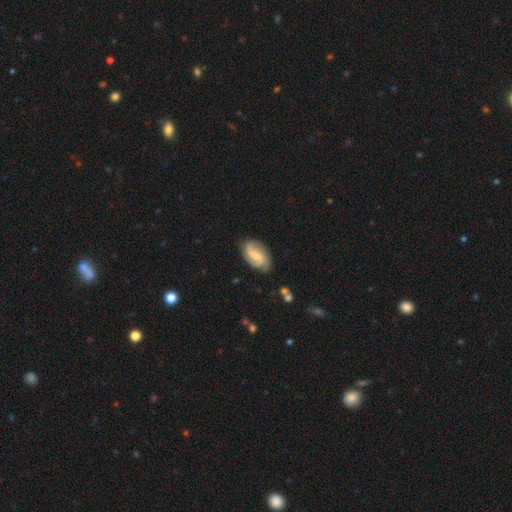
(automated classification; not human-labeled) Smooth or featured: featured or disk — 73% (smooth — 21%)
Edge-on disk: no — 97% (yes — 3%)
Bar: weak — 49% (no — 37%)
Spiral arms: yes — 95% (no — 5%)
Spiral winding: medium — 45% (loose — 28%)
Spiral arm count: 2 — 63% (3 — 17%)
Bulge size: small — 47% (moderate — 36%)
Merging: none — 76% (minor disturbance — 18%)